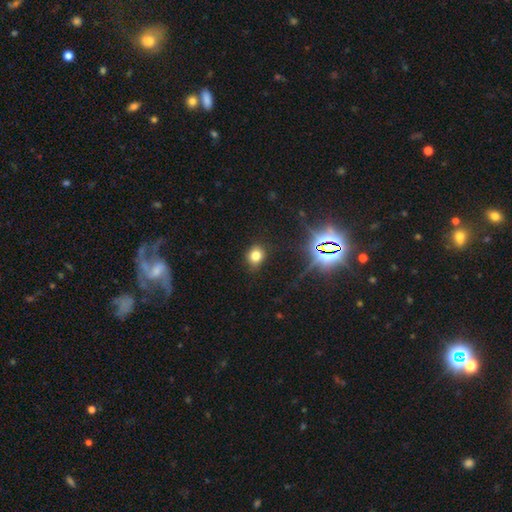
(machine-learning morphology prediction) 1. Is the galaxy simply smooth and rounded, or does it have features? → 72% smooth, 20% star or artifact, 7% featured or disk.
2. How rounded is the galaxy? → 67% round, 32% in between, 1% cigar-shaped.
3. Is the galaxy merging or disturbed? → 83% none, 12% minor disturbance, 3% major disturbance, 2% merger.